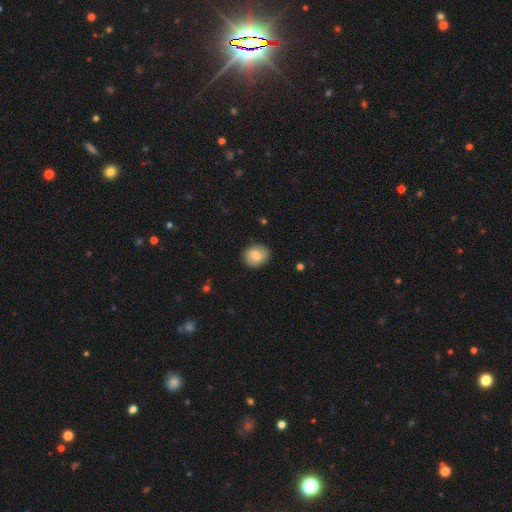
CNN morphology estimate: Smooth or featured? smooth (82%)
How rounded? round (50%)
Merging? none (83%)